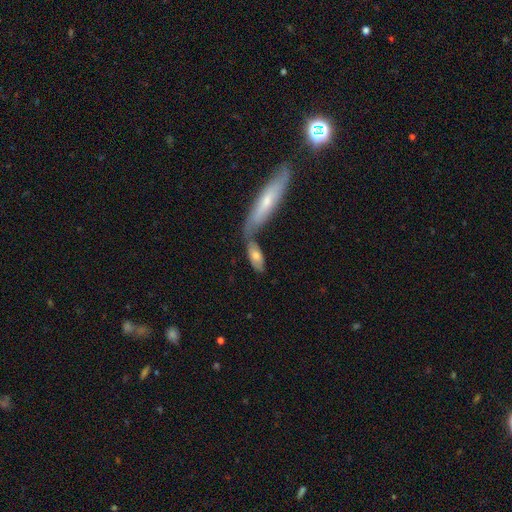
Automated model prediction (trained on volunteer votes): The model was most divided on "merging": merger: 43%, none: 39%, minor disturbance: 13%, major disturbance: 5%. More confident: how rounded — in between (70%); smooth or featured — smooth (68%).